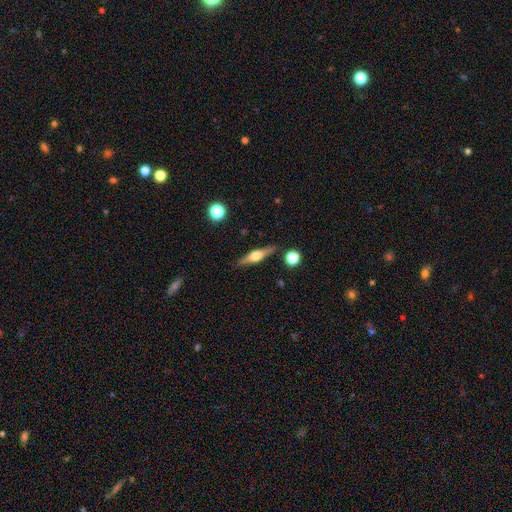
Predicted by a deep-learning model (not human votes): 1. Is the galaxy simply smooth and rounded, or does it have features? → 67% featured or disk, 27% smooth, 7% star or artifact.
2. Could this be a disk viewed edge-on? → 96% yes, 4% no.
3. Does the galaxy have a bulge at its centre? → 92% rounded, 6% boxy, 2% none.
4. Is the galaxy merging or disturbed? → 87% none, 8% minor disturbance, 3% merger, 2% major disturbance.